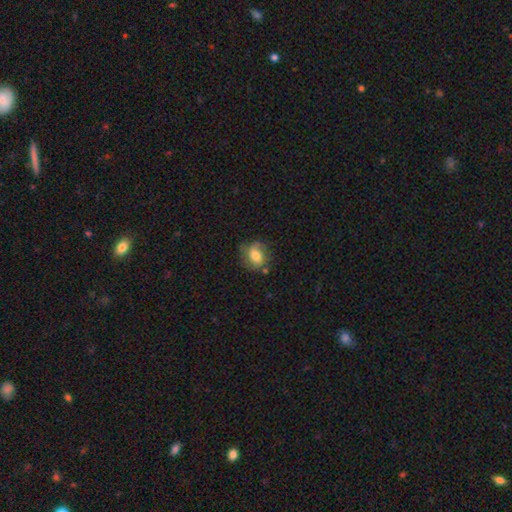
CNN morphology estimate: smooth 65%, featured or disk 26%, star or artifact 9%. Down the decision tree: how rounded — in between (49%, tied with round); merging — none (62%).